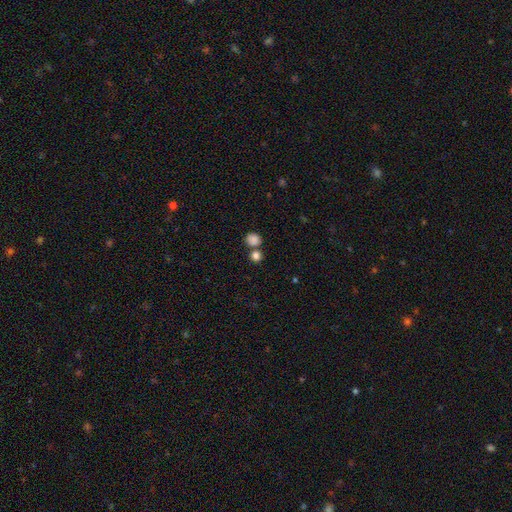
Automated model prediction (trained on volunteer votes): A smooth galaxy with no disk features (83%) that is round (85%). Merging: none (63%).